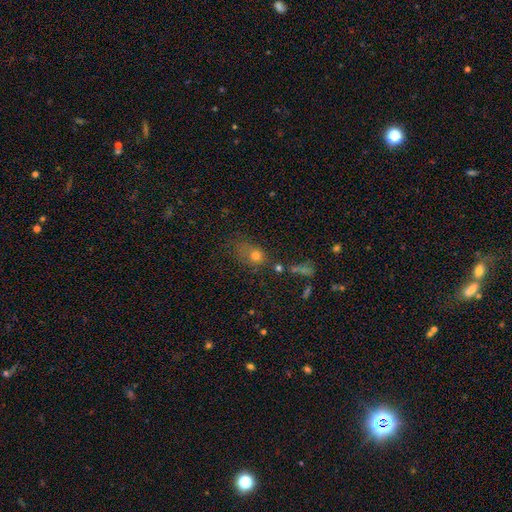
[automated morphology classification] smooth-or-featured: smooth: 68% | star or artifact: 19% | featured or disk: 13%
  how-rounded: in between: 49% | round: 47% | cigar-shaped: 4%
  merging: none: 43% | minor disturbance: 23% | major disturbance: 22% | merger: 12%